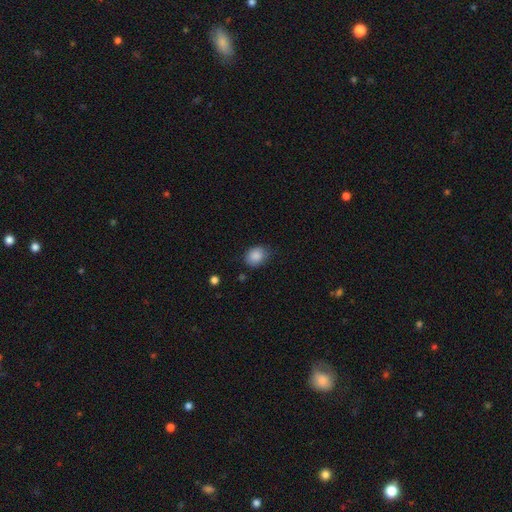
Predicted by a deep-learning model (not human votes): Smooth or featured?
  - smooth: 87% *
  - star or artifact: 9%
  - featured or disk: 4%
How rounded?
  - in between: 50% *
  - round: 49%
  - cigar-shaped: 1%
Merging?
  - none: 72% *
  - minor disturbance: 22%
  - major disturbance: 5%
  - merger: 2%